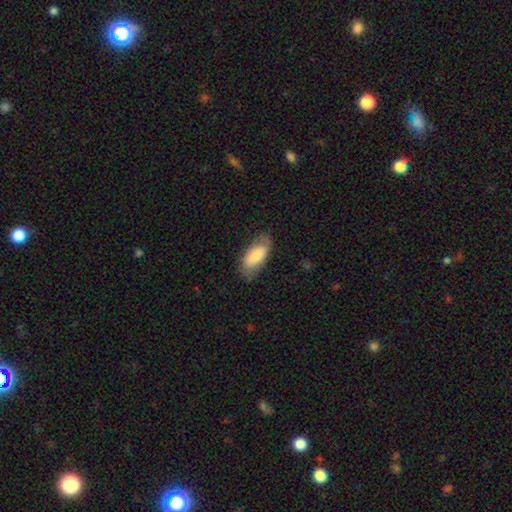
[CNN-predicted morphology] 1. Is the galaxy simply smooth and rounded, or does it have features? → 78% smooth, 16% featured or disk, 6% star or artifact.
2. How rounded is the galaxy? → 90% in between, 8% cigar-shaped, 2% round.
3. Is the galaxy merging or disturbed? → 72% none, 20% minor disturbance, 6% major disturbance, 1% merger.